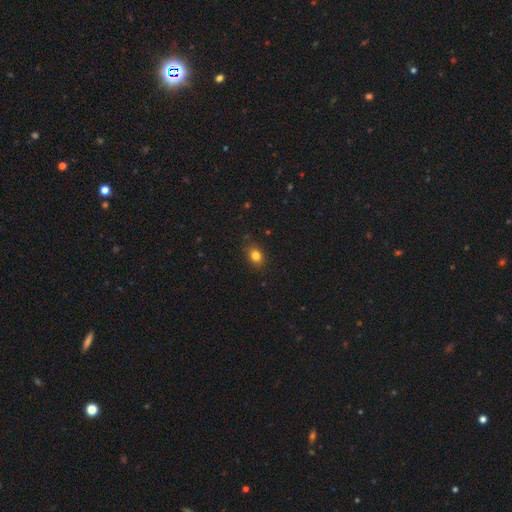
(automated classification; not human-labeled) A smooth galaxy with no disk features (82%) that is in between round and cigar-shaped (62%).

Vote fractions:
- Smooth or featured? smooth: 82% / star or artifact: 11% / featured or disk: 7%
- How rounded? in between: 62% / round: 36% / cigar-shaped: 2%
- Merging? none: 82% / minor disturbance: 14% / major disturbance: 3% / merger: 1%